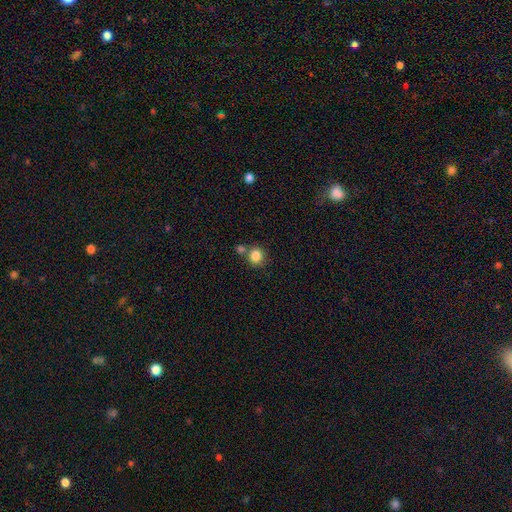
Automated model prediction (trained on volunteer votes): smooth 84%, star or artifact 10%, featured or disk 5%. Down the decision tree: how rounded — round (87%); merging — none (66%).